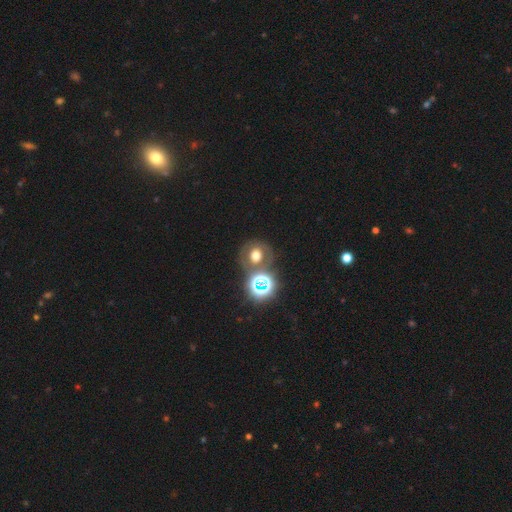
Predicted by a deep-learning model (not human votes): Smooth or featured? smooth (46%)
Merging? none (66%)